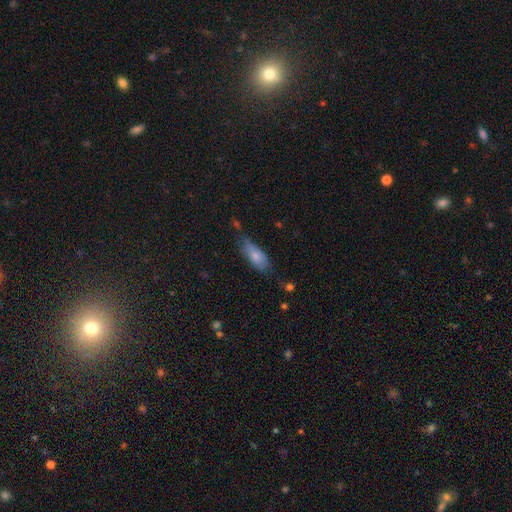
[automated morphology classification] Smooth or featured: smooth — 77% (featured or disk — 17%)
How rounded: in between — 78% (cigar-shaped — 19%)
Merging: none — 54% (minor disturbance — 33%)